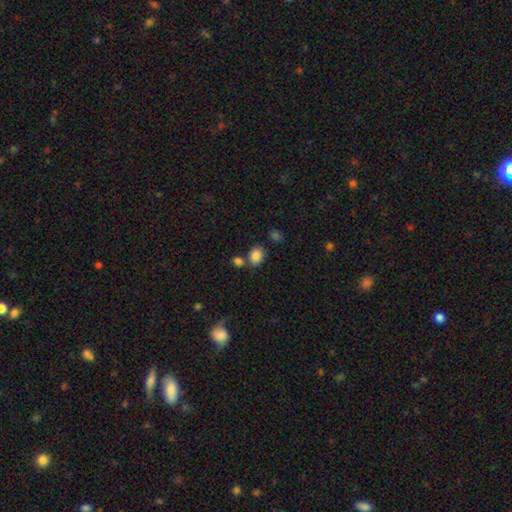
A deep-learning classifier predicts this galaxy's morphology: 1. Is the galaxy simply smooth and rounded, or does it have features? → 85% smooth, 10% star or artifact, 5% featured or disk.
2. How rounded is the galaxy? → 57% in between, 42% round, 1% cigar-shaped.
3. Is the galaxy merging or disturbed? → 67% none, 17% merger, 12% minor disturbance, 4% major disturbance.